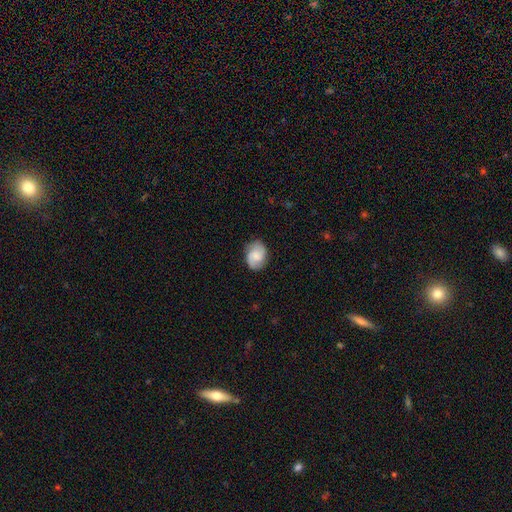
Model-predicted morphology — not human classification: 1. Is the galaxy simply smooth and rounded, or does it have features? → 59% featured or disk, 34% smooth, 7% star or artifact.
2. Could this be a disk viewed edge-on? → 98% no, 2% yes.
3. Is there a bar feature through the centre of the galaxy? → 54% no, 40% weak, 7% strong.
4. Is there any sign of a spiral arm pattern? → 94% yes, 6% no.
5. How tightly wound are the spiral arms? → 48% medium, 30% tight, 22% loose.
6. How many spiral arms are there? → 86% 2, 6% can't tell, 3% 3, 3% 1, 1% 4, 1% more than 4.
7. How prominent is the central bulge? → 32% moderate, 31% small, 24% none, 11% large, 2% dominant.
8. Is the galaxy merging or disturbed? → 81% none, 14% minor disturbance, 4% major disturbance, 1% merger.